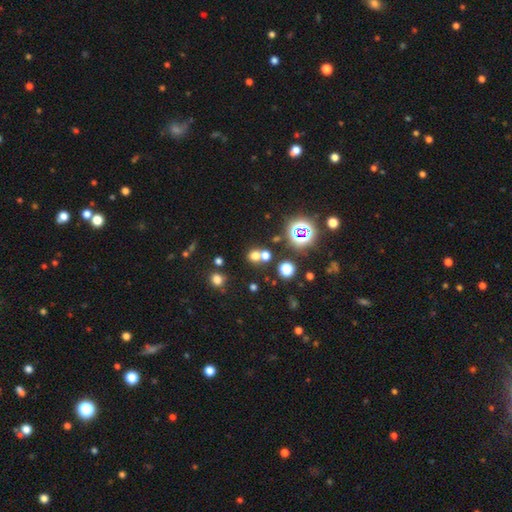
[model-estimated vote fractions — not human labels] Morphology: type=smooth (59%); roundness=round (81%); merging=none (56%).